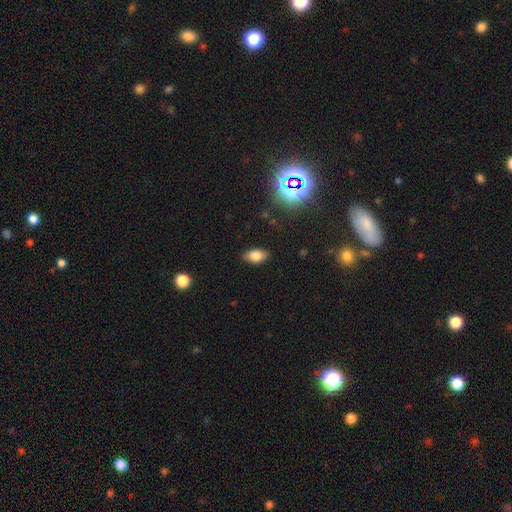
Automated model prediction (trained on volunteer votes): A smooth galaxy with no disk features (78%) that is in between round and cigar-shaped (90%).

Vote fractions:
- Smooth or featured? smooth: 78% / star or artifact: 12% / featured or disk: 11%
- How rounded? in between: 90% / round: 7% / cigar-shaped: 3%
- Merging? none: 85% / minor disturbance: 11% / major disturbance: 2% / merger: 1%